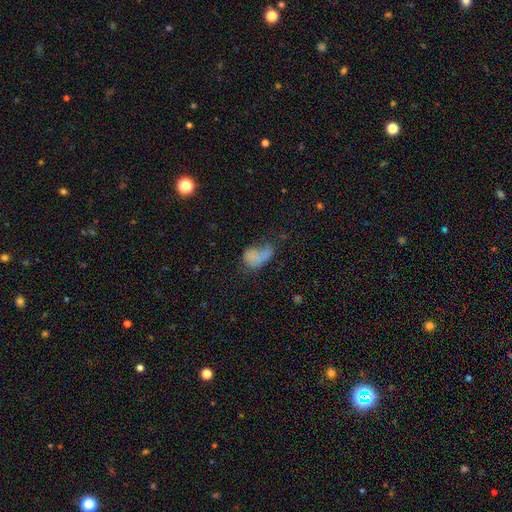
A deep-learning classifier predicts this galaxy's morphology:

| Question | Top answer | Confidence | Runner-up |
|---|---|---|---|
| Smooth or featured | smooth | 60% | featured or disk (24%) |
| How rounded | in between | 84% | round (13%) |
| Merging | major disturbance | 40% | none (28%) |